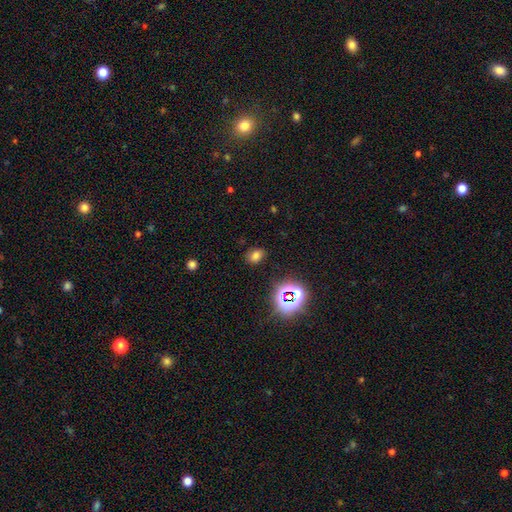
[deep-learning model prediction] Q: Smooth or featured?
A: smooth (69%); runner-up: star or artifact (24%)
Q: How rounded?
A: in between (62%); runner-up: round (37%)
Q: Merging?
A: none (82%); runner-up: minor disturbance (12%)